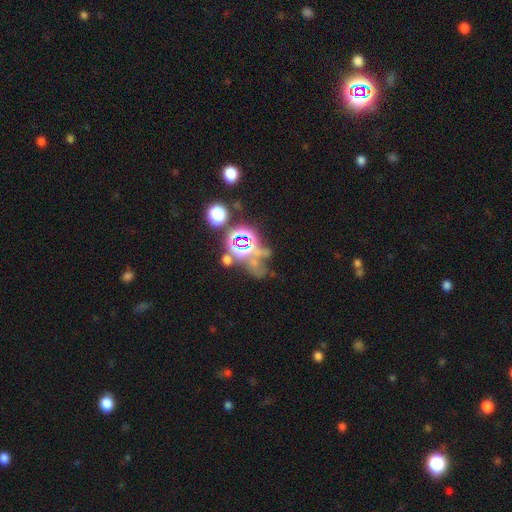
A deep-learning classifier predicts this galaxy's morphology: Smooth or featured: star or artifact — 64% (smooth — 18%)